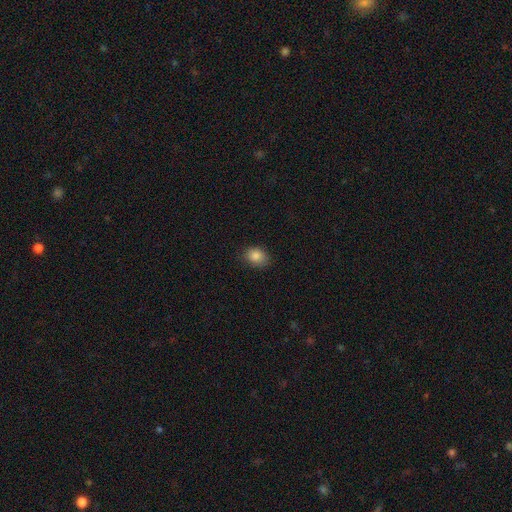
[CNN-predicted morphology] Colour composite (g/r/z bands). It shows a smooth galaxy with no disk features (86%) that is in between round and cigar-shaped (57%). Merging: none (80%).